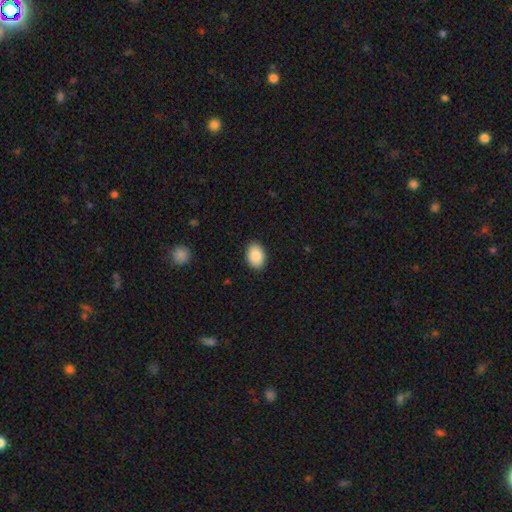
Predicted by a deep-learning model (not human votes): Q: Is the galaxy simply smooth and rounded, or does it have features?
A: smooth — 89%.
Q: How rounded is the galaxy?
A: in between — 83%.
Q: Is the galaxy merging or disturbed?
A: none — 89%.